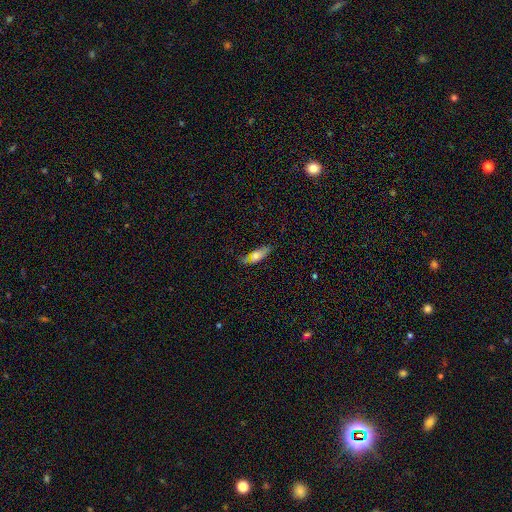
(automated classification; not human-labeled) Smooth or featured?
  - smooth: 68% *
  - featured or disk: 22%
  - star or artifact: 10%
How rounded?
  - in between: 57% *
  - cigar-shaped: 40%
  - round: 3%
Merging?
  - none: 63% *
  - minor disturbance: 25%
  - major disturbance: 7%
  - merger: 5%